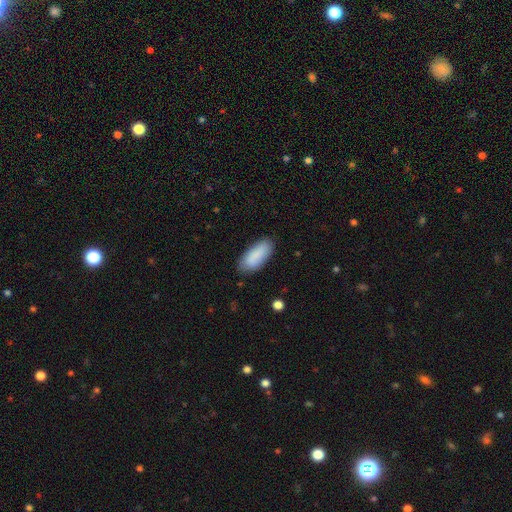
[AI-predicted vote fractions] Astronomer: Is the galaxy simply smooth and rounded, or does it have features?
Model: smooth — 86%.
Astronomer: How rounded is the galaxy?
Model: in between — 83%.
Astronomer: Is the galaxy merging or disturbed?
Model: none — 81%.